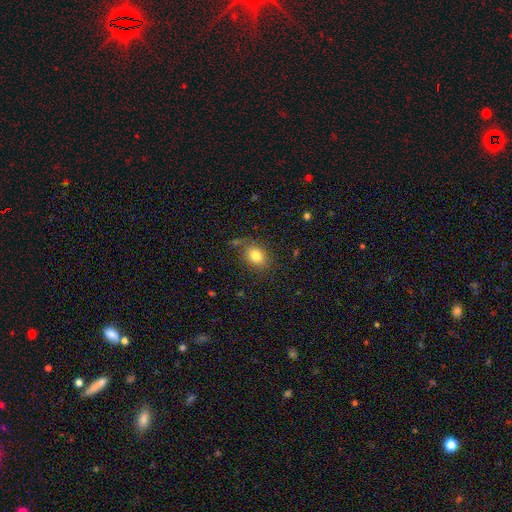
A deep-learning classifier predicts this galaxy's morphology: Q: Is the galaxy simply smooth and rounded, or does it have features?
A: smooth — 80%.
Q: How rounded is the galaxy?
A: in between — 61%.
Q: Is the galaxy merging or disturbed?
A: none — 77%.